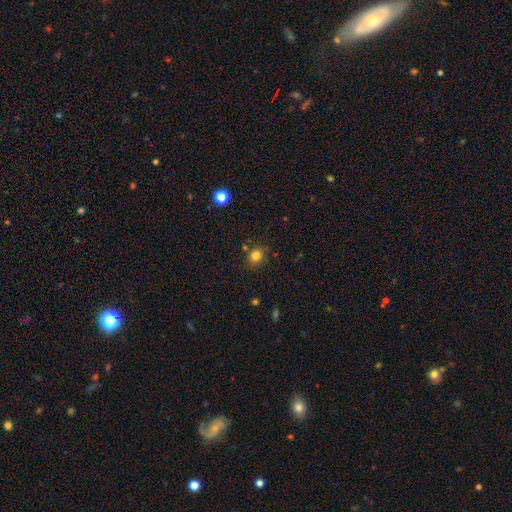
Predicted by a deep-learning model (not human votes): Smooth or featured: smooth — 80% (star or artifact — 13%)
How rounded: round — 76% (in between — 23%)
Merging: none — 80% (minor disturbance — 12%)